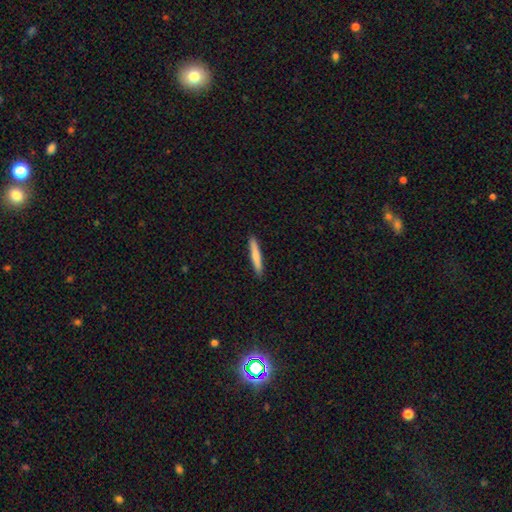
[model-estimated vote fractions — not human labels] A smooth galaxy with no disk features (75%) that is cigar-shaped (94%). Merging: none (91%).